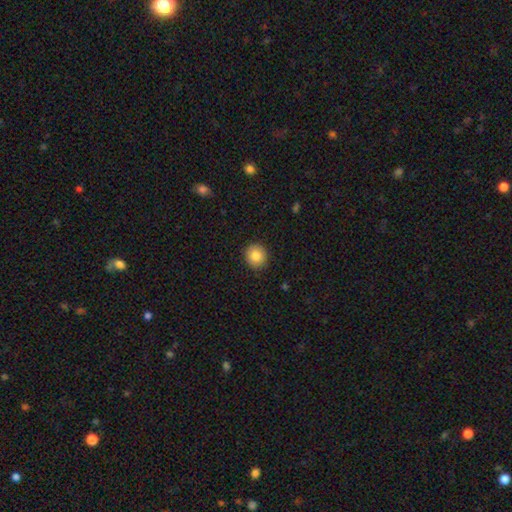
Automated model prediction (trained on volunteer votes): Overall: smooth (85%). How rounded: round (88%). Merging: none (89%).